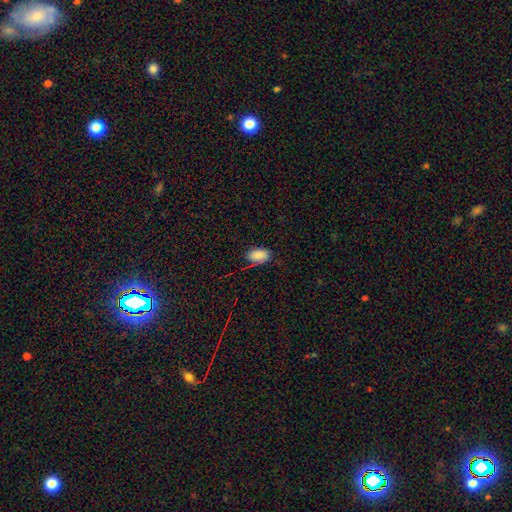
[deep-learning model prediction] This appears to be a smooth galaxy with no disk features (82%) that is in between round and cigar-shaped (91%). Merging: none (63%).